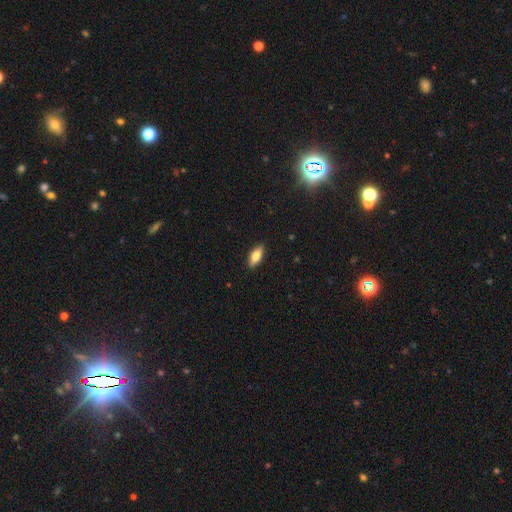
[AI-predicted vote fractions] Q: Smooth or featured?
A: smooth (71%); runner-up: featured or disk (22%)
Q: How rounded?
A: in between (75%); runner-up: cigar-shaped (22%)
Q: Merging?
A: none (89%); runner-up: minor disturbance (9%)